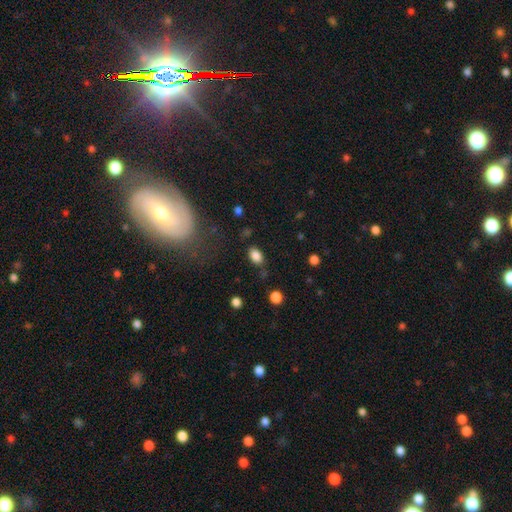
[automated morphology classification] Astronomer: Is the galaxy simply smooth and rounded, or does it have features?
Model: smooth — 85%.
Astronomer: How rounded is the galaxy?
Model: in between — 86%.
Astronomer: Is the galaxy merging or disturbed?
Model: none — 77%.